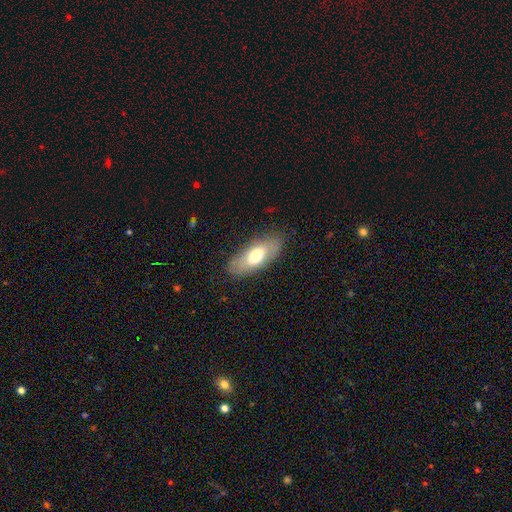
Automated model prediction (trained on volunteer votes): Smooth or featured? smooth (62%)
How rounded? in between (82%)
Merging? none (82%)